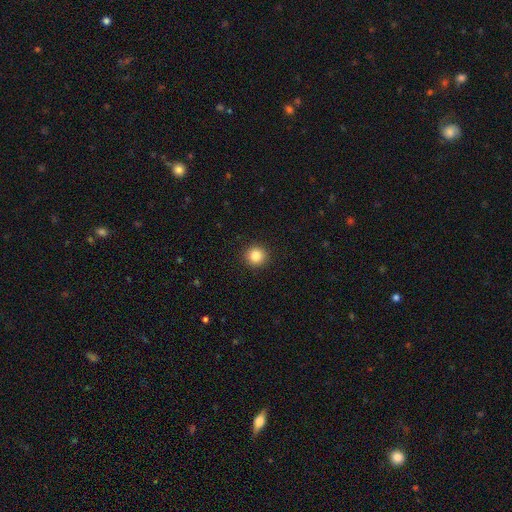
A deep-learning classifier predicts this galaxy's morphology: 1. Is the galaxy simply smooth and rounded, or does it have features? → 85% smooth, 10% star or artifact, 5% featured or disk.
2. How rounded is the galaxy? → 93% round, 6% in between, 1% cigar-shaped.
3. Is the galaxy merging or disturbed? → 93% none, 5% minor disturbance, 2% major disturbance, 1% merger.